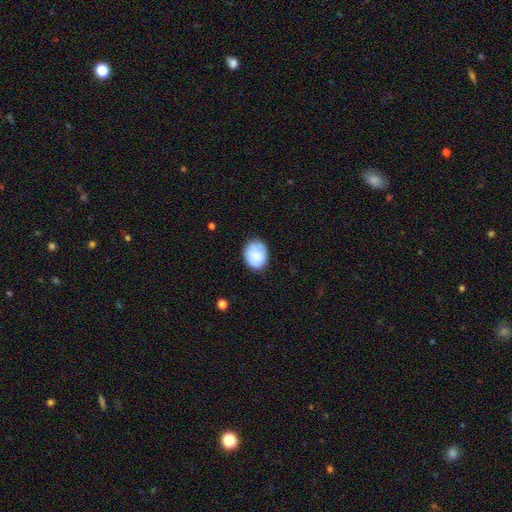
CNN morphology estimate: smooth_or_featured: smooth (p=0.77) [alt: featured or disk p=0.16]
how_rounded: round (p=0.50) [alt: in between p=0.49]
merging: none (p=0.75) [alt: minor disturbance p=0.19]